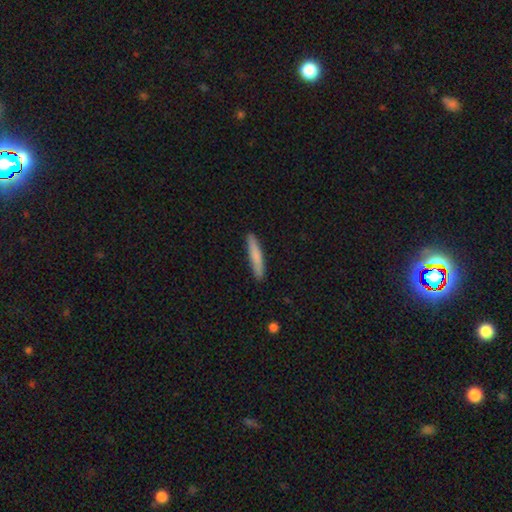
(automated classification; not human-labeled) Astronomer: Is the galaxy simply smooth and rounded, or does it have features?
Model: smooth — 78%.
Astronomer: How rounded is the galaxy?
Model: cigar-shaped — 93%.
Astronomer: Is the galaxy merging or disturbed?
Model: none — 89%.